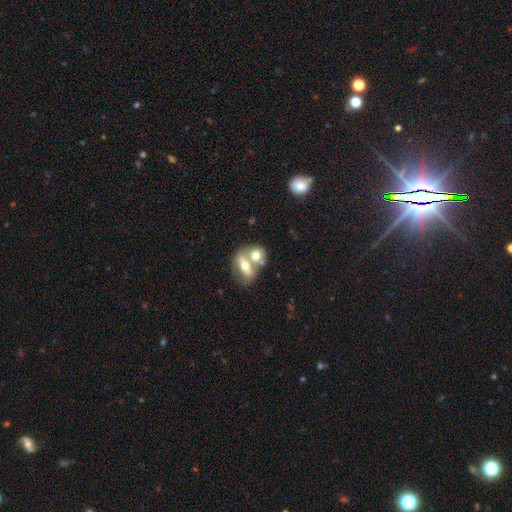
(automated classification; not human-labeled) Smooth or featured? Predicted: smooth (p=0.53). How rounded? Predicted: in between (p=0.57). Merging? Predicted: merger (p=0.58).